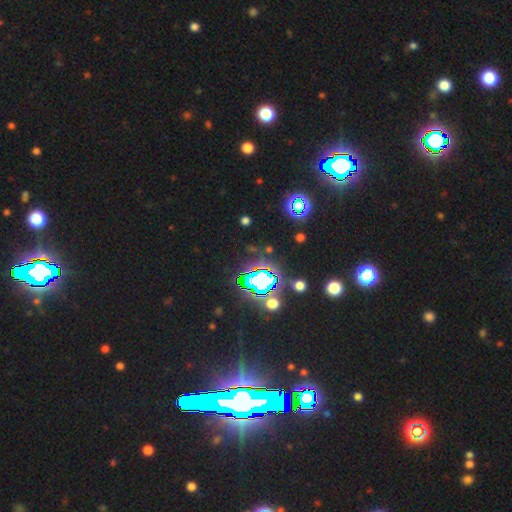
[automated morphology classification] A star or artifact, not a galaxy (83%).

Vote fractions:
- Smooth or featured? star or artifact: 83% / smooth: 9% / featured or disk: 8%